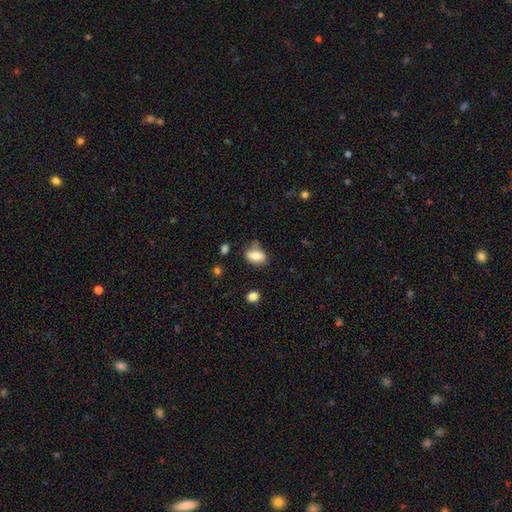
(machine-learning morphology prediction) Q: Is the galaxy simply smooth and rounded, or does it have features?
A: smooth — 78%.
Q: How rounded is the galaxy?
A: in between — 78%.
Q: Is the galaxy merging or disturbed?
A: none — 56%.